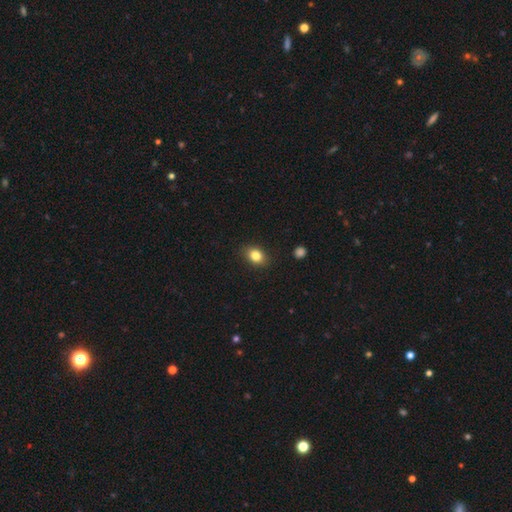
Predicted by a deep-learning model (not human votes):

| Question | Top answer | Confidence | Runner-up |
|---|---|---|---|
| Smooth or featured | smooth | 83% | star or artifact (10%) |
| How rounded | in between | 66% | round (32%) |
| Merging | none | 87% | minor disturbance (10%) |